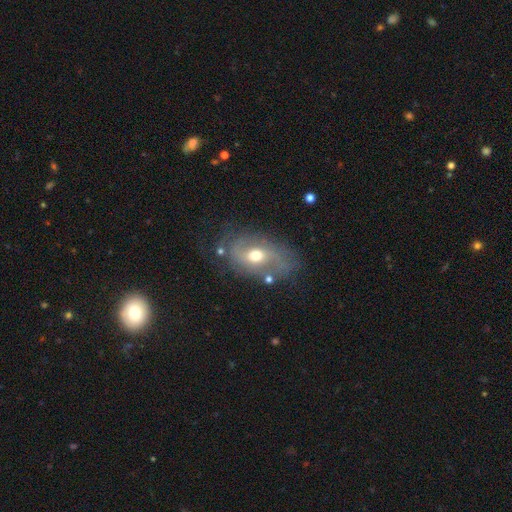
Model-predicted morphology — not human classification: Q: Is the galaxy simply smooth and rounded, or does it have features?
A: featured or disk — 63%.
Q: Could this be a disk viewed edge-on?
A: no — 94%.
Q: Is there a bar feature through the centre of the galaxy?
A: no — 54%.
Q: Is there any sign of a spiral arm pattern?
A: yes — 72%.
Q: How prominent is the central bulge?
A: moderate — 73%.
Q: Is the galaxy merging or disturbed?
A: none — 61%.